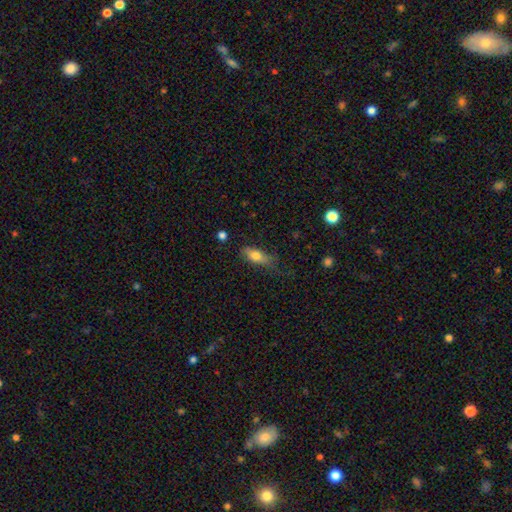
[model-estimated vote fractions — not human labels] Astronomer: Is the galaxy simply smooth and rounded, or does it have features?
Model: smooth — 75%.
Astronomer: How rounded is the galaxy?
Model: in between — 77%.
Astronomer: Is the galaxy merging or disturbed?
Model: none — 60%.